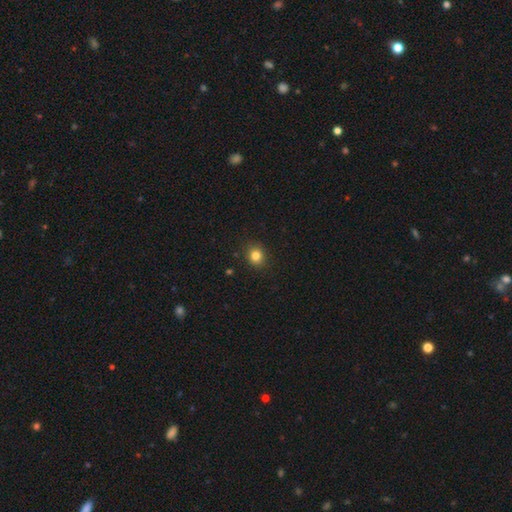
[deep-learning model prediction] Morphology: type=smooth (82%); roundness=round (73%); merging=none (89%).